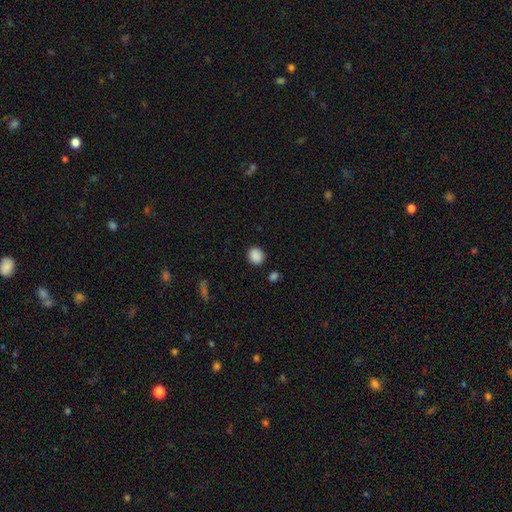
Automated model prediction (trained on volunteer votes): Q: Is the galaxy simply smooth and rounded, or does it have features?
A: smooth — 88%.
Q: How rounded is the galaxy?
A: round — 72%.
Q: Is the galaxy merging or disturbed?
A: none — 86%.